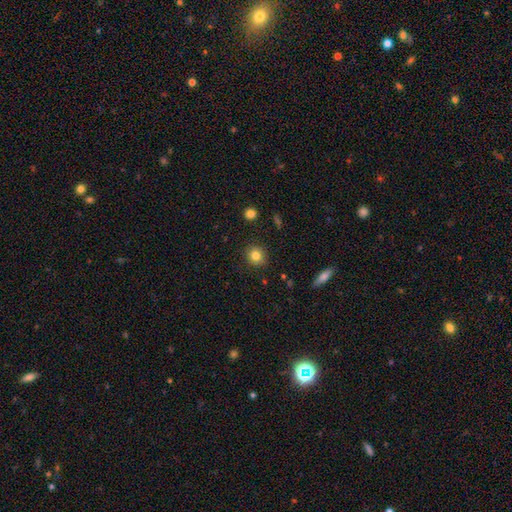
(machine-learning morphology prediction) smooth_or_featured: smooth (p=0.82) [alt: star or artifact p=0.11]
how_rounded: round (p=0.84) [alt: in between p=0.15]
merging: none (p=0.89) [alt: minor disturbance p=0.07]